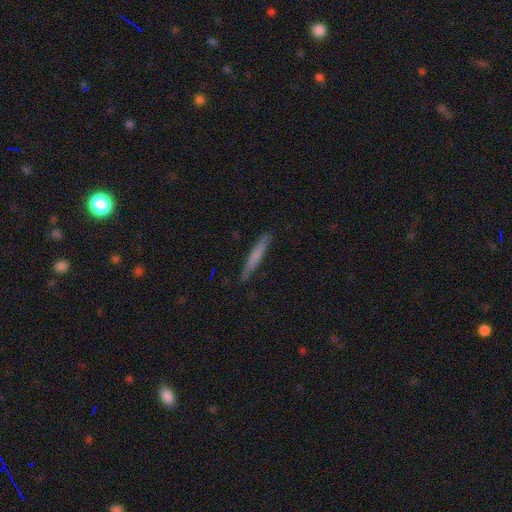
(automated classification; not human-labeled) Smooth or featured? Predicted: smooth (p=0.64). How rounded? Predicted: cigar-shaped (p=0.96). Merging? Predicted: none (p=0.87).